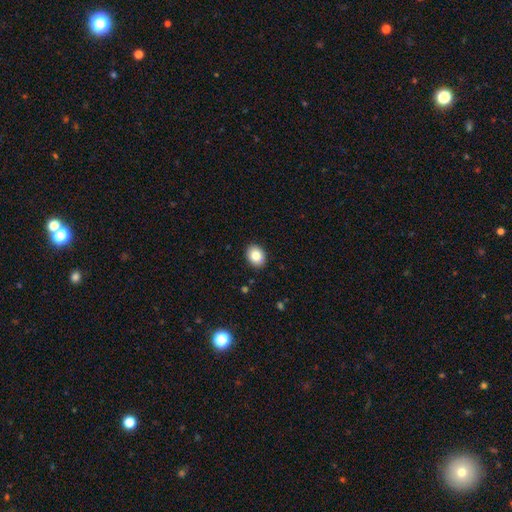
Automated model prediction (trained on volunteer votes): A smooth galaxy with no disk features (83%) that is in between round and cigar-shaped (57%).

Vote fractions:
- Smooth or featured? smooth: 83% / star or artifact: 9% / featured or disk: 8%
- How rounded? in between: 57% / round: 42% / cigar-shaped: 1%
- Merging? none: 90% / minor disturbance: 7% / major disturbance: 2% / merger: 1%